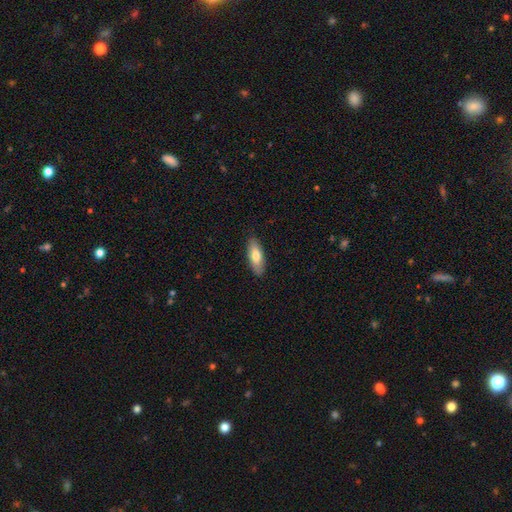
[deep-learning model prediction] The model was most divided on "how rounded": in between: 70%, cigar-shaped: 28%, round: 2%. More confident: merging — none (87%); smooth or featured — smooth (72%).